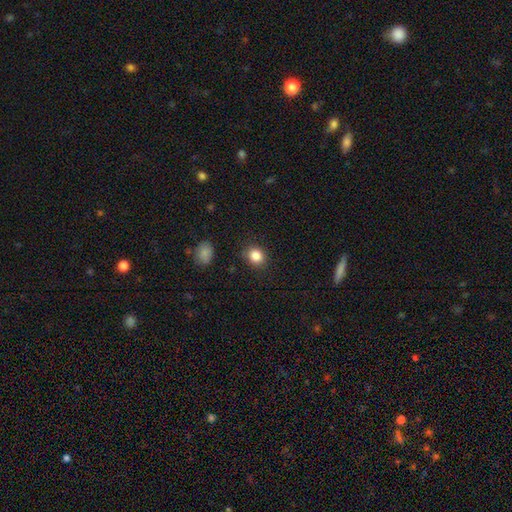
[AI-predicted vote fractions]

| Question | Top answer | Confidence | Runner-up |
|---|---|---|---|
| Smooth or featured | smooth | 86% | star or artifact (10%) |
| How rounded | round | 68% | in between (31%) |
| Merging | none | 86% | minor disturbance (9%) |